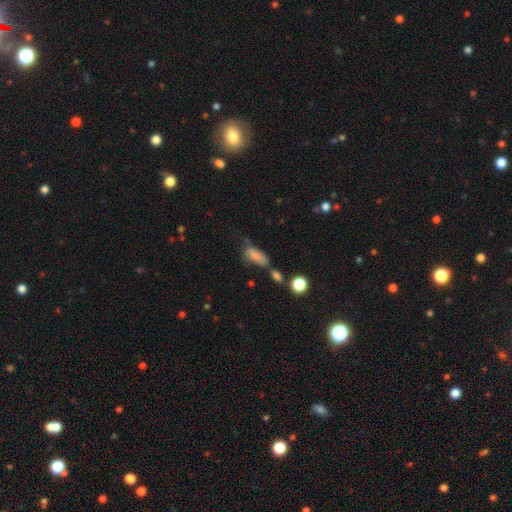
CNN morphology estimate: A smooth galaxy with no disk features (81%) that is in between round and cigar-shaped (79%). Merging: none (46%).